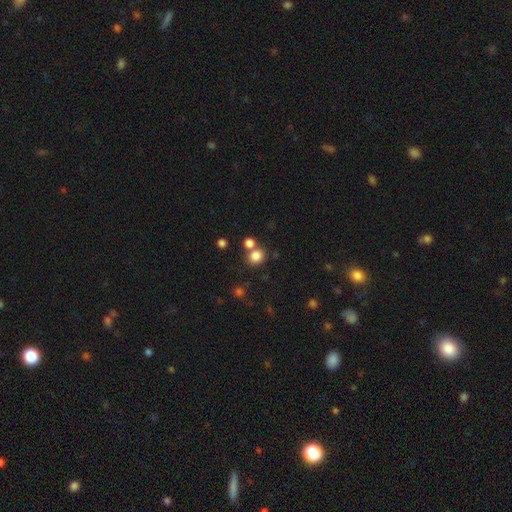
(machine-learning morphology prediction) smooth_or_featured: smooth (p=0.81) [alt: star or artifact p=0.13]
how_rounded: round (p=0.75) [alt: in between p=0.24]
merging: none (p=0.63) [alt: merger p=0.25]